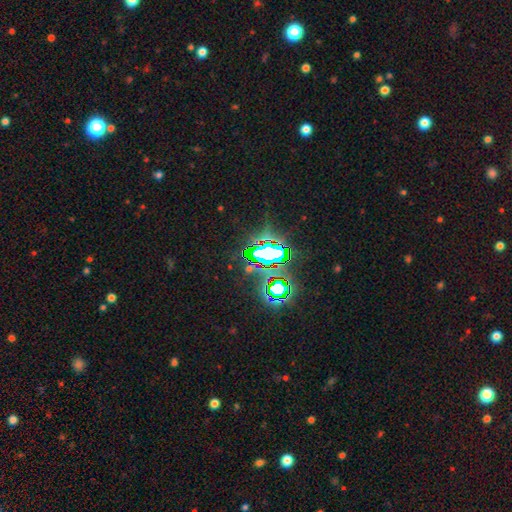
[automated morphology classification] This is clearly a star or artifact rather than a galaxy (82%).